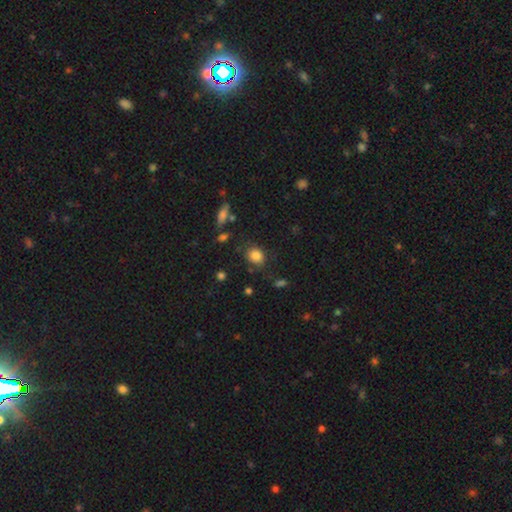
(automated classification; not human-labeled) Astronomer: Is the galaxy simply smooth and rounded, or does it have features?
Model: smooth — 83%.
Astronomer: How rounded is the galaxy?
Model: round — 58% (runner-up: in between, 41%).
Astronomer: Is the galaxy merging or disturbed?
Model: none — 76%.